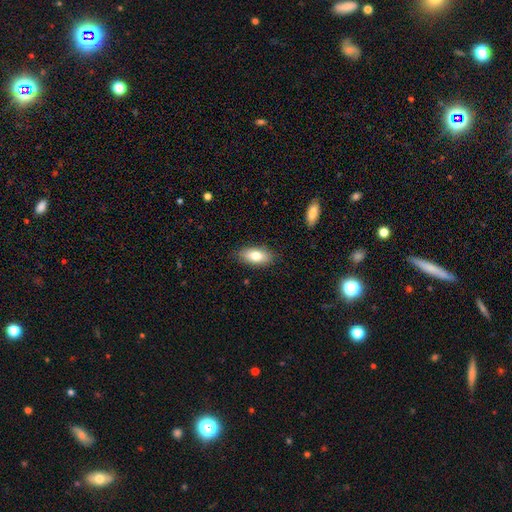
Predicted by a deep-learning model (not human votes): Smooth or featured: smooth — 79% (featured or disk — 14%)
How rounded: in between — 87% (cigar-shaped — 9%)
Merging: none — 85% (minor disturbance — 11%)